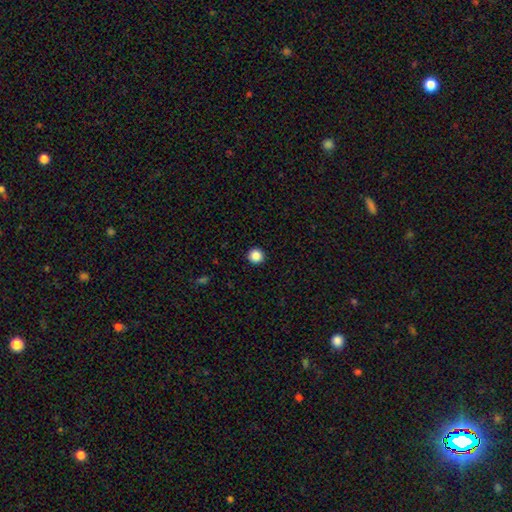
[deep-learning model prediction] Smooth or featured? smooth (87%)
How rounded? round (96%)
Merging? none (94%)